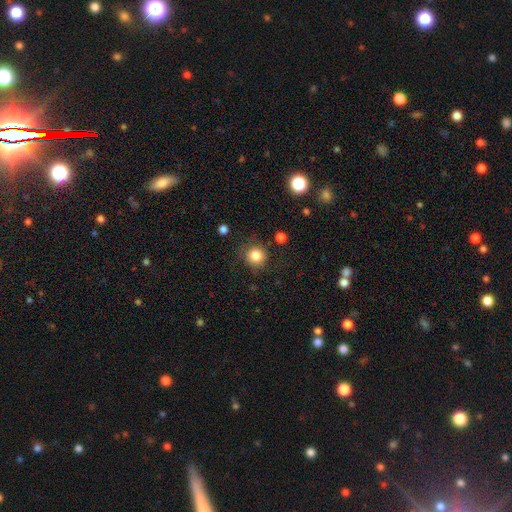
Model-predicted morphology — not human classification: smooth_or_featured: smooth (p=0.83) [alt: star or artifact p=0.11]
how_rounded: round (p=0.91) [alt: in between p=0.08]
merging: none (p=0.81) [alt: minor disturbance p=0.12]